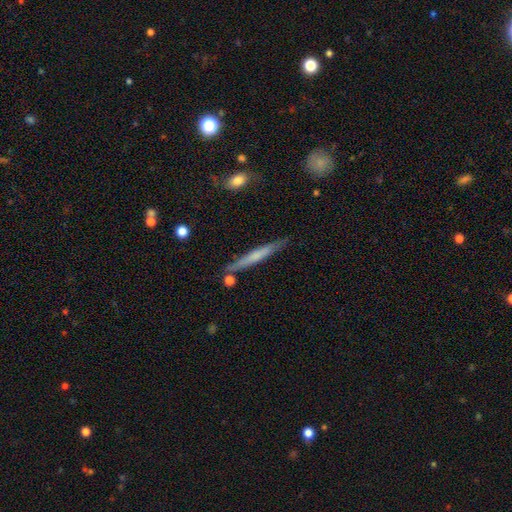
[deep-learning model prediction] A smooth galaxy with no disk features (53%) that is cigar-shaped (96%). Merging: none (83%).